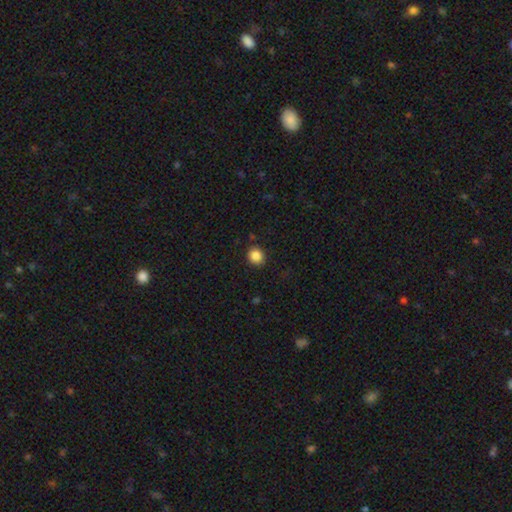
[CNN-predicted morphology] Smooth or featured? smooth (86%)
How rounded? round (76%)
Merging? none (89%)